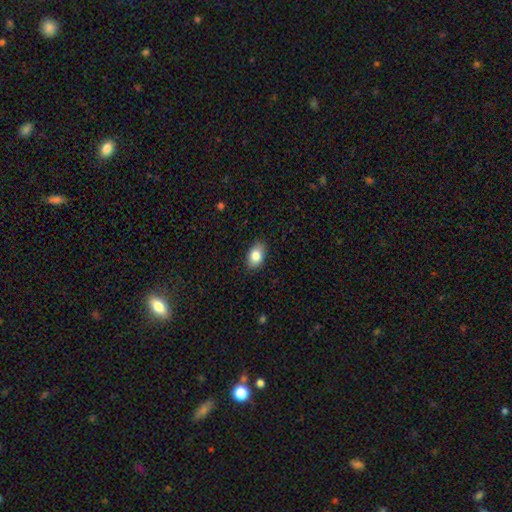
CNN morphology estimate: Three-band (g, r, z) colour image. It shows a smooth galaxy with no disk features (83%) that is in between round and cigar-shaped (86%). Merging: none (87%).